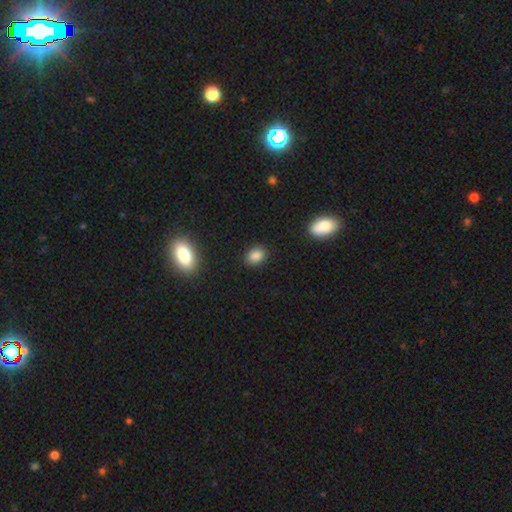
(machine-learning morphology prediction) Q: Smooth or featured?
A: smooth (85%); runner-up: star or artifact (11%)
Q: How rounded?
A: in between (60%); runner-up: round (39%)
Q: Merging?
A: none (87%); runner-up: minor disturbance (9%)